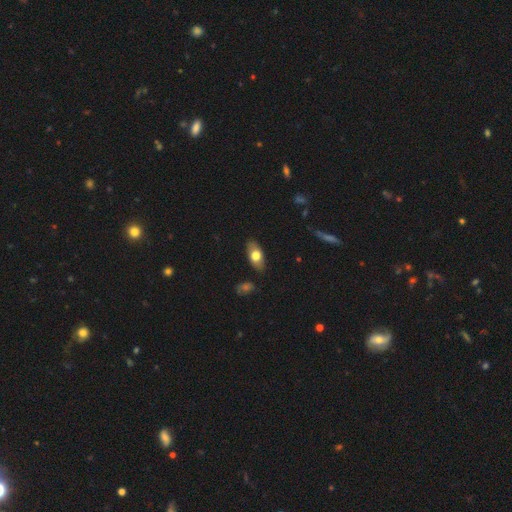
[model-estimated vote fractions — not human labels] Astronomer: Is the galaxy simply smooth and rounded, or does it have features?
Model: smooth — 70%.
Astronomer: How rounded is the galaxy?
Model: in between — 90%.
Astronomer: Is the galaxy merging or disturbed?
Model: none — 85%.